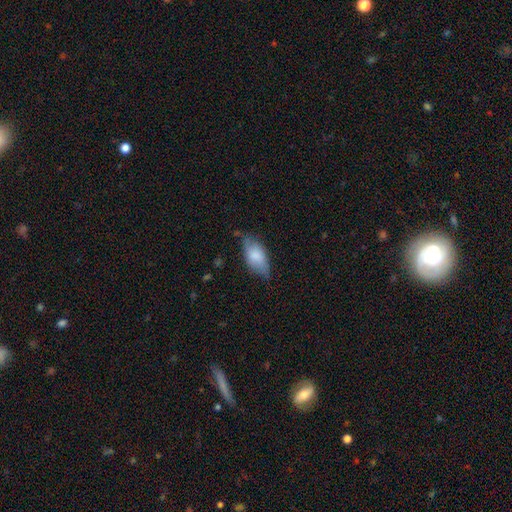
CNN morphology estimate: smooth_or_featured: smooth (p=0.74) [alt: featured or disk p=0.19]
how_rounded: in between (p=0.89) [alt: cigar-shaped p=0.08]
merging: none (p=0.61) [alt: minor disturbance p=0.30]